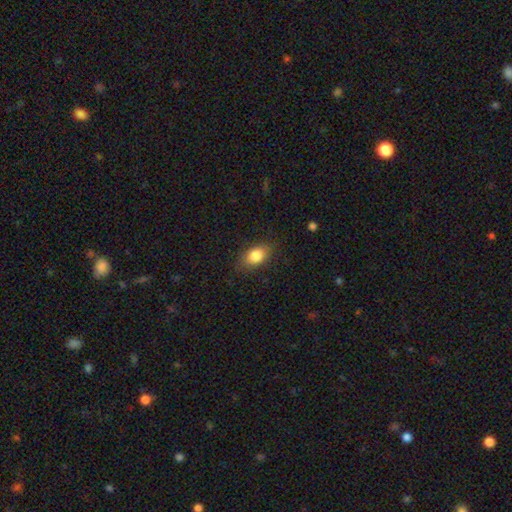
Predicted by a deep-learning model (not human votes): The model was most divided on "merging": none: 82%, minor disturbance: 14%, major disturbance: 4%, merger: 1%. More confident: smooth or featured — smooth (83%); how rounded — in between (83%).